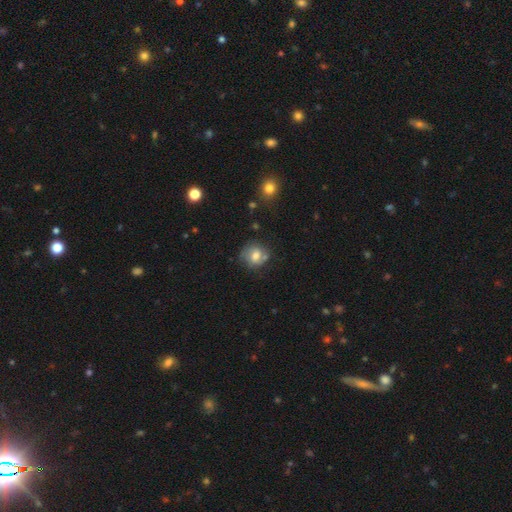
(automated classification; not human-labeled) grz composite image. It shows a smooth galaxy with no disk features (56%) that is round (75%). Merging: none (61%).